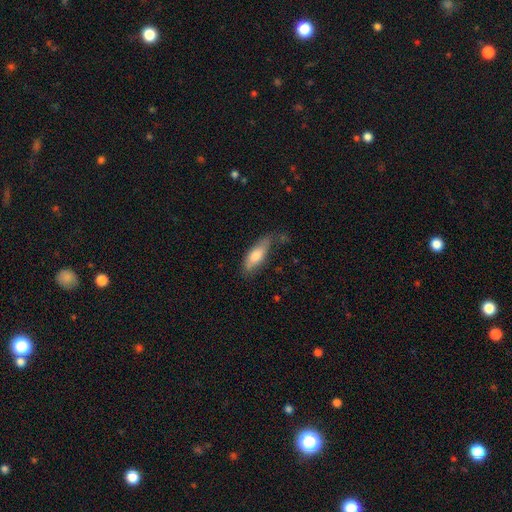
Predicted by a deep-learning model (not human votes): smooth 74%, featured or disk 20%, star or artifact 6%. Down the decision tree: how rounded — in between (61%); merging — none (55%).